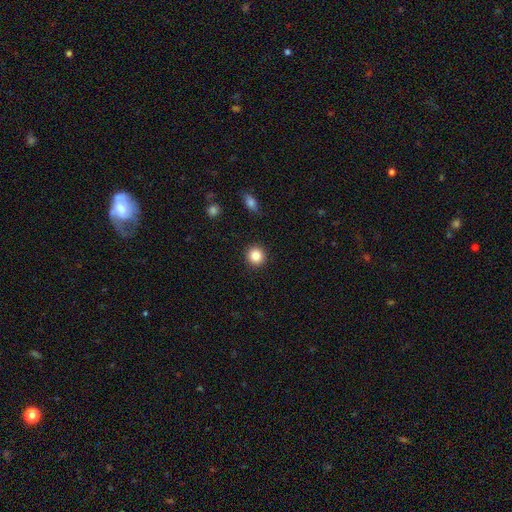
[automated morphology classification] A smooth galaxy with no disk features (86%) that is round (93%). Merging: none (91%).